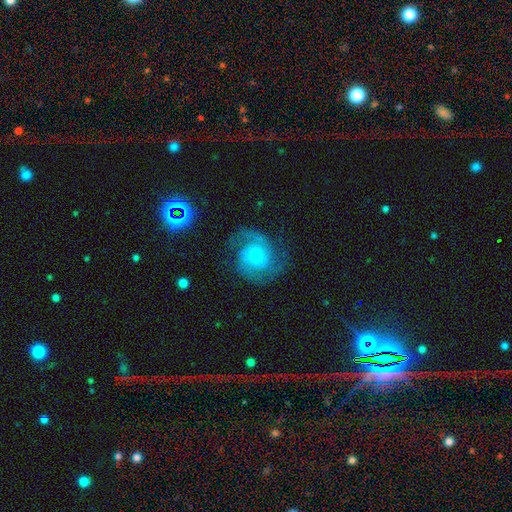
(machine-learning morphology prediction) This appears to be a featured or disk galaxy (86%) with no bar (68%), 2 (86%) medium (48%) spiral arms (97%) and a small central bulge (31%). Merging: none (76%).